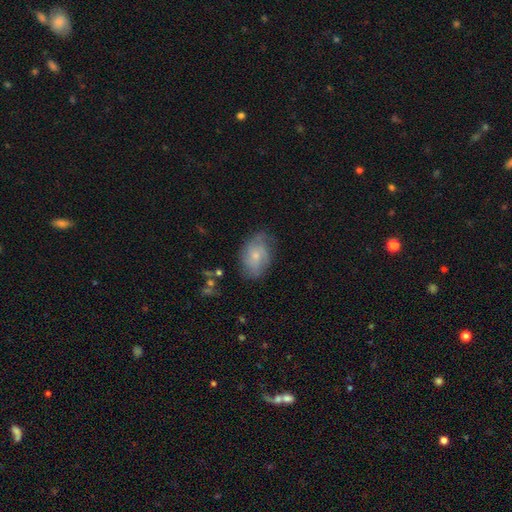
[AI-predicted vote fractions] The model was most divided on "smooth or featured": smooth: 53%, featured or disk: 40%, star or artifact: 8%. More confident: how rounded — in between (80%); merging — none (62%).